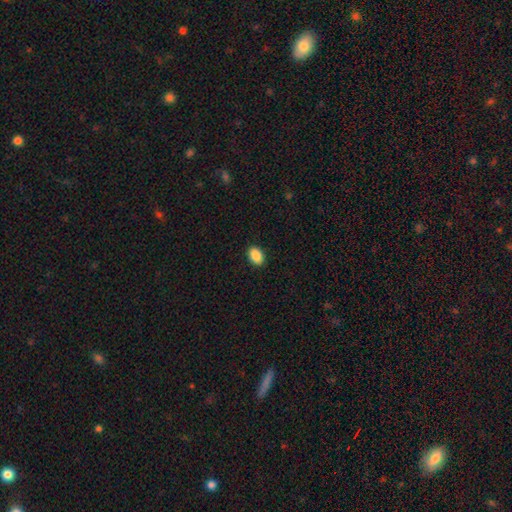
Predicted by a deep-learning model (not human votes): smooth_or_featured: smooth (p=0.89) [alt: star or artifact p=0.08]
how_rounded: in between (p=0.87) [alt: round p=0.12]
merging: none (p=0.90) [alt: minor disturbance p=0.07]